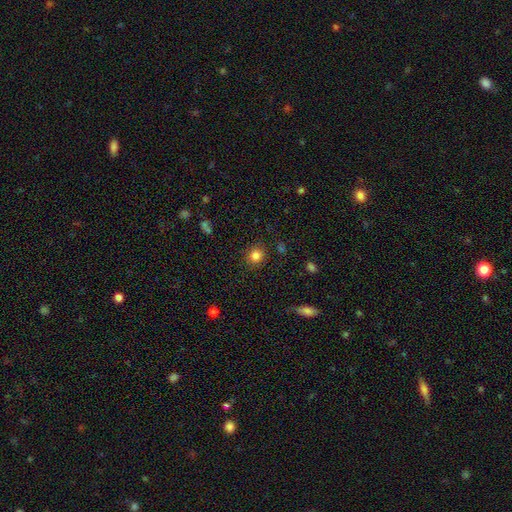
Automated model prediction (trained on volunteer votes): smooth_or_featured: smooth (p=0.83) [alt: star or artifact p=0.12]
how_rounded: round (p=0.83) [alt: in between p=0.16]
merging: none (p=0.87) [alt: minor disturbance p=0.08]